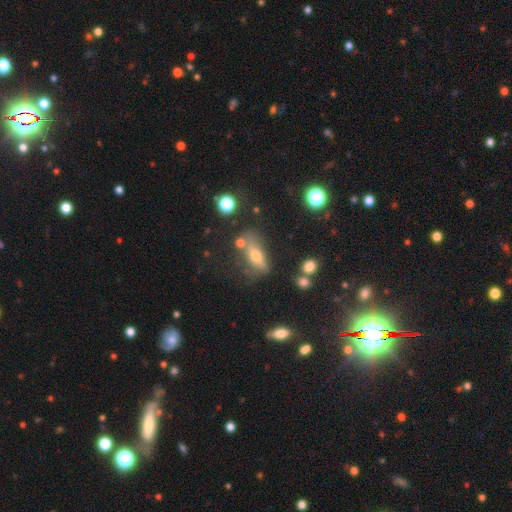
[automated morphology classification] Q: Smooth or featured?
A: smooth (54%); runner-up: featured or disk (30%)
Q: How rounded?
A: in between (59%); runner-up: cigar-shaped (34%)
Q: Merging?
A: none (54%); runner-up: minor disturbance (21%)